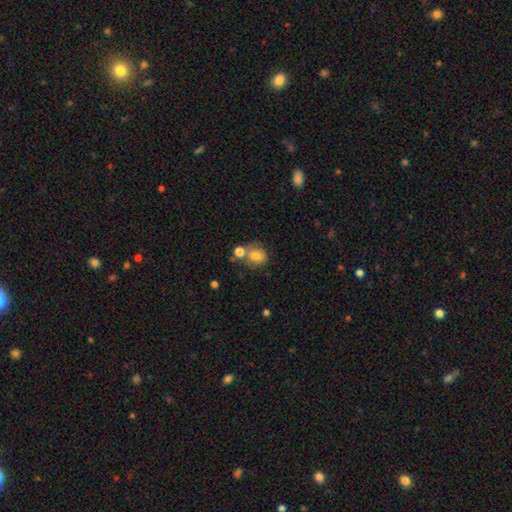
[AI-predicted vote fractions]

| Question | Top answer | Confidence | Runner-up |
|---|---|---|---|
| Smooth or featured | smooth | 76% | featured or disk (13%) |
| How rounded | round | 61% | in between (38%) |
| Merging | none | 50% | merger (28%) |